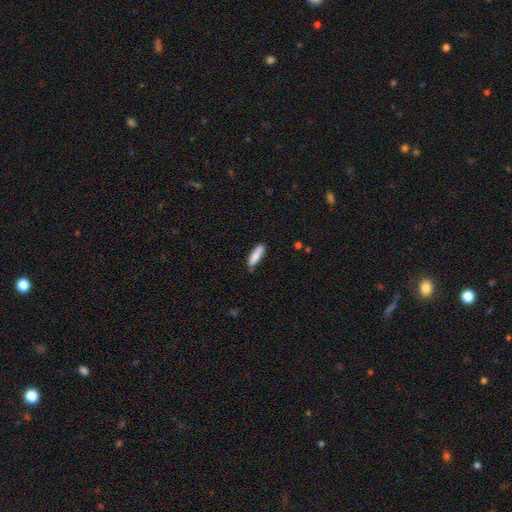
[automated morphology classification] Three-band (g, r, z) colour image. It shows a smooth galaxy with no disk features (85%) that is cigar-shaped (65%). Merging: none (77%).